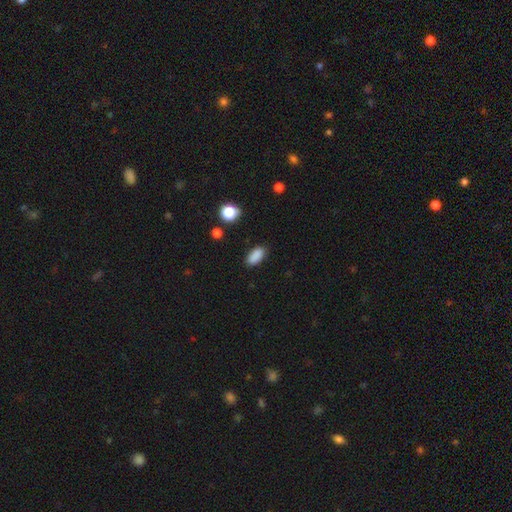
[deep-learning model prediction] This is clearly a smooth galaxy (88%). How rounded: clearly in between (89%). Merging: clearly none (85%).